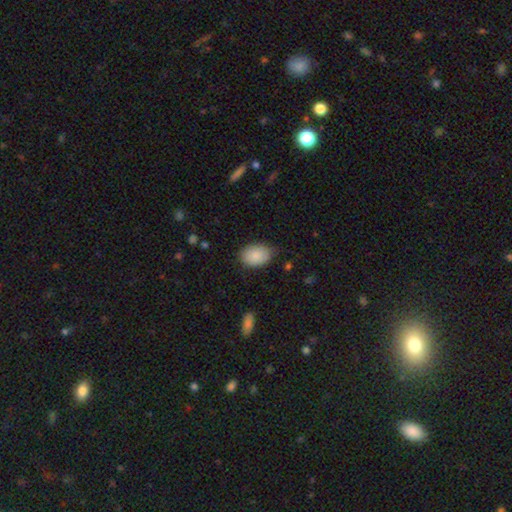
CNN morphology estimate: Overall: smooth (88%). How rounded: in between (82%). Merging: none (74%).